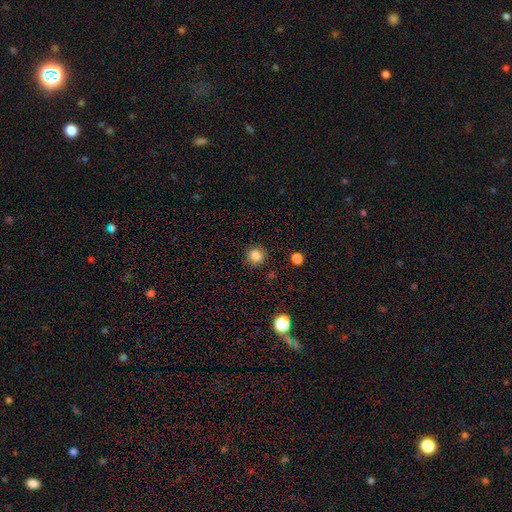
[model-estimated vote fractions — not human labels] Smooth or featured: smooth — 83% (star or artifact — 12%)
How rounded: round — 94% (in between — 5%)
Merging: none — 91% (minor disturbance — 6%)